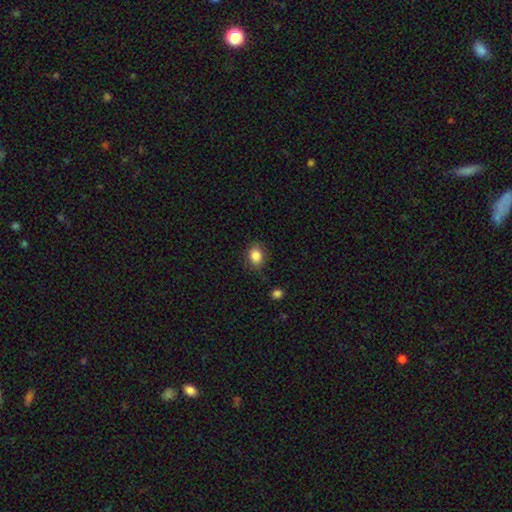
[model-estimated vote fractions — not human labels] Smooth or featured? Predicted: smooth (p=0.85). How rounded? Predicted: in between (p=0.62). Merging? Predicted: none (p=0.83).